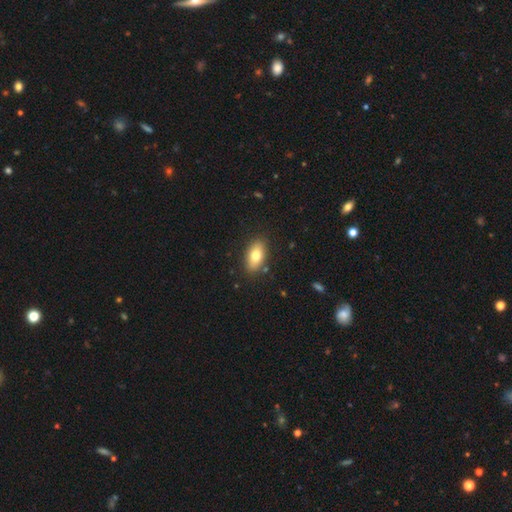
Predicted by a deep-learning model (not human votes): Smooth or featured: smooth — 76% (featured or disk — 17%)
How rounded: in between — 89% (cigar-shaped — 5%)
Merging: none — 87% (minor disturbance — 9%)